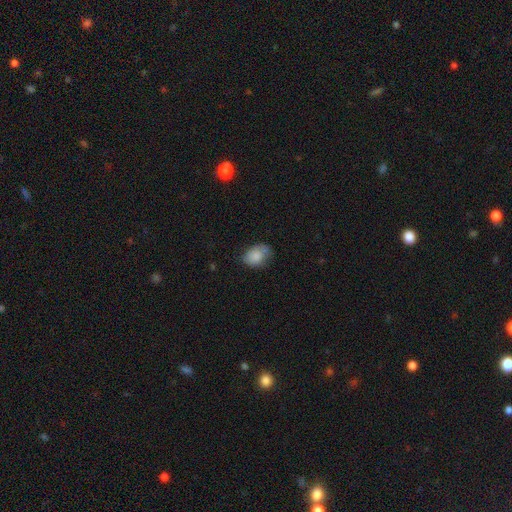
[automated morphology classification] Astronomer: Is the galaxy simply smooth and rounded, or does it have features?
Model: smooth — 81%.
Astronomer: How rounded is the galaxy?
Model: in between — 75%.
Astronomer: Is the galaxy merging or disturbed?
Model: none — 56% (runner-up: minor disturbance, 32%).